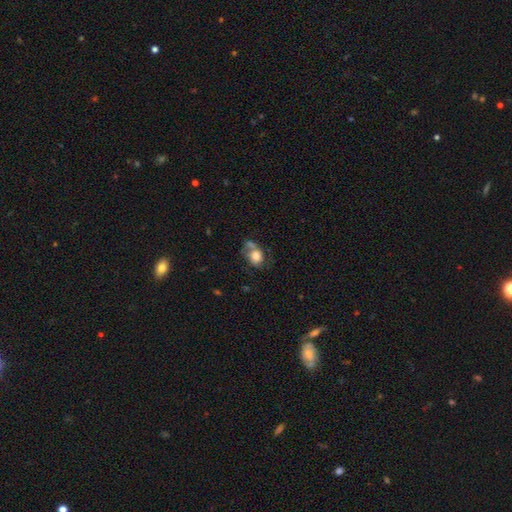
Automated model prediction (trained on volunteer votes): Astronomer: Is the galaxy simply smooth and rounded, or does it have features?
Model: smooth — 71%.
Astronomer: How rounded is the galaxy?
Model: in between — 50% (runner-up: round, 49%).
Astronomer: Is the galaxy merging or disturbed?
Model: none — 34% (runner-up: merger, 27%).